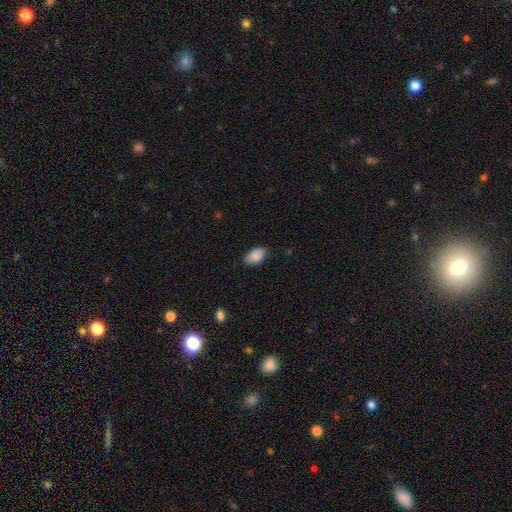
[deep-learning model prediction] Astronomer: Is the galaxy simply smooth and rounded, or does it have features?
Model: smooth — 87%.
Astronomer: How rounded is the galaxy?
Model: in between — 93%.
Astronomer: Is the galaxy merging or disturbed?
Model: none — 82%.